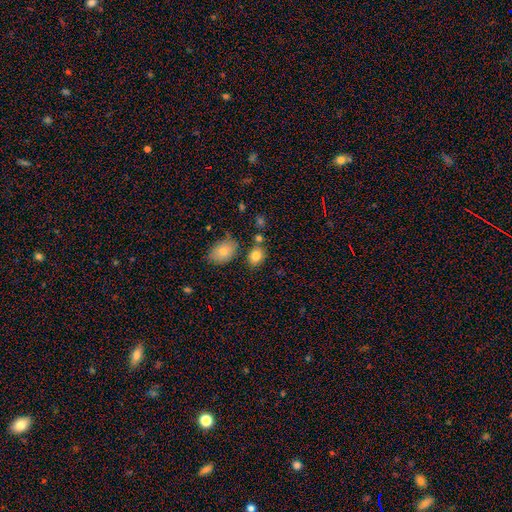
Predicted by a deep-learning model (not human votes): The model was most divided on "how rounded": in between: 54%, round: 45%, cigar-shaped: 1%. More confident: smooth or featured — smooth (82%); merging — none (70%).